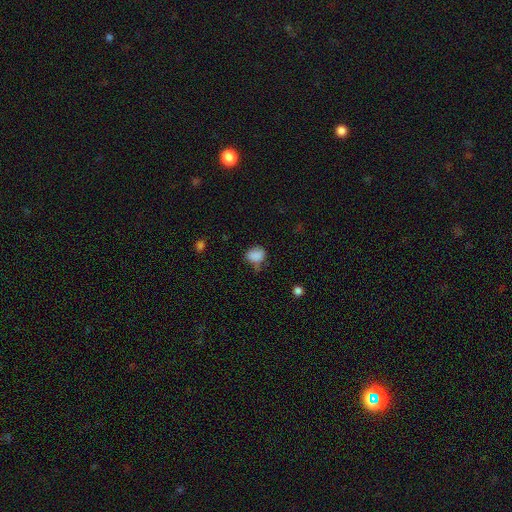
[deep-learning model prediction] smooth 84%, star or artifact 10%, featured or disk 5%. Down the decision tree: how rounded — in between (53%); merging — none (56%).